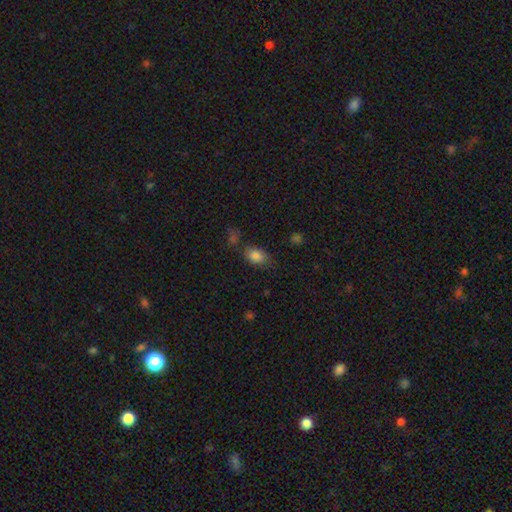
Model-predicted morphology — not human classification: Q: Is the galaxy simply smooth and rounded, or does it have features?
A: smooth — 83%.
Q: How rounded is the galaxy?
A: in between — 78%.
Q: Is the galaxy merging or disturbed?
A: none — 67%.